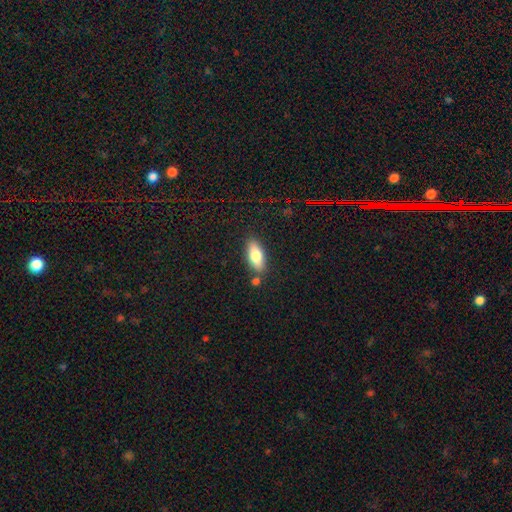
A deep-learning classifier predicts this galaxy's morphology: Smooth or featured?
  - smooth: 77% *
  - featured or disk: 16%
  - star or artifact: 7%
How rounded?
  - in between: 77% *
  - cigar-shaped: 20%
  - round: 3%
Merging?
  - none: 80% *
  - minor disturbance: 12%
  - merger: 6%
  - major disturbance: 3%